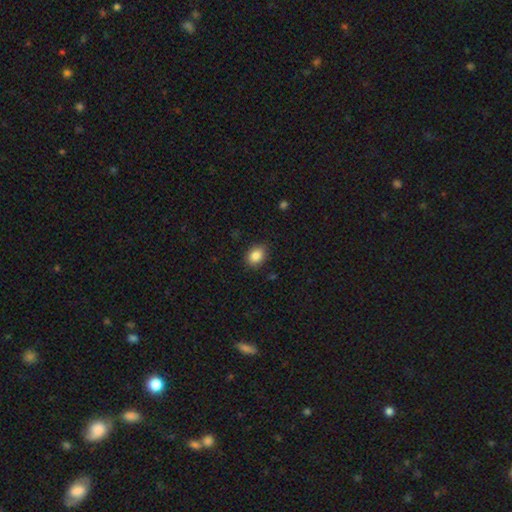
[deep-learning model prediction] This is clearly a smooth galaxy (86%). How rounded: possibly in between (59%). Merging: clearly none (87%).